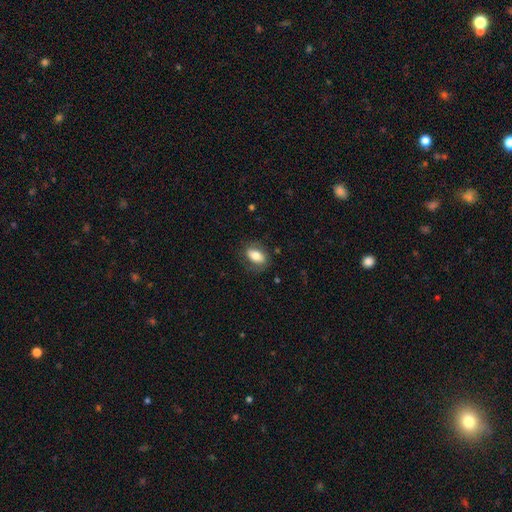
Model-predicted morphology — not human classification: smooth_or_featured: smooth (p=0.69) [alt: featured or disk p=0.24]
how_rounded: in between (p=0.87) [alt: round p=0.10]
merging: none (p=0.74) [alt: minor disturbance p=0.17]